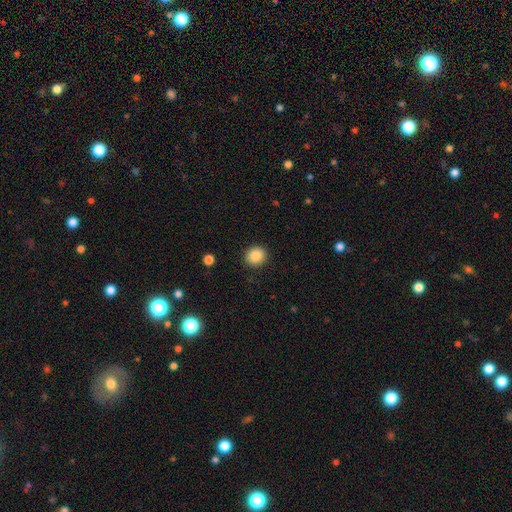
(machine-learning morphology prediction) Smooth or featured?
  - smooth: 88% *
  - star or artifact: 9%
  - featured or disk: 3%
How rounded?
  - round: 79% *
  - in between: 20%
  - cigar-shaped: 1%
Merging?
  - none: 90% *
  - minor disturbance: 7%
  - major disturbance: 2%
  - merger: 1%